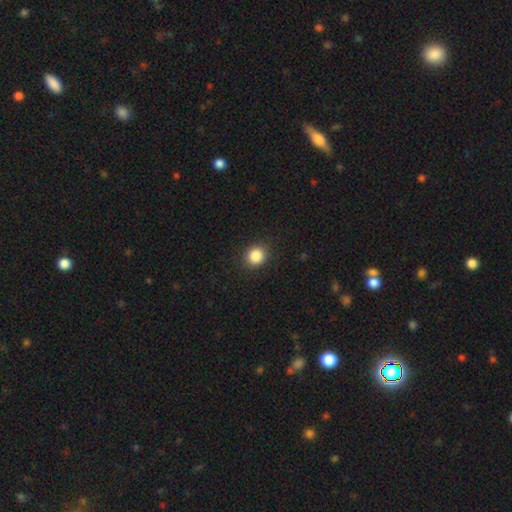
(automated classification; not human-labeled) This is clearly a smooth galaxy (86%). How rounded: clearly round (85%). Merging: clearly none (90%).